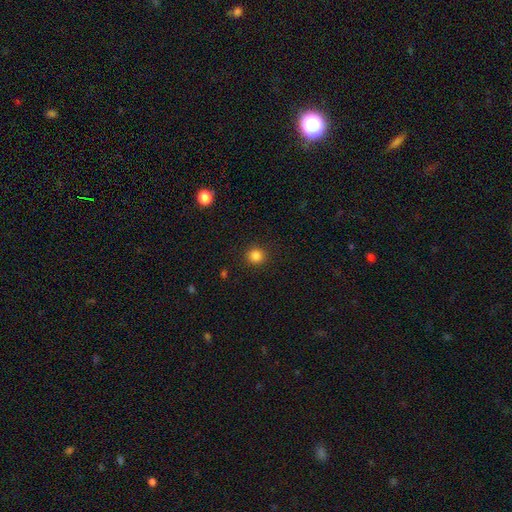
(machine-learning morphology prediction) smooth_or_featured: smooth (p=0.84) [alt: star or artifact p=0.12]
how_rounded: round (p=0.89) [alt: in between p=0.10]
merging: none (p=0.90) [alt: minor disturbance p=0.06]